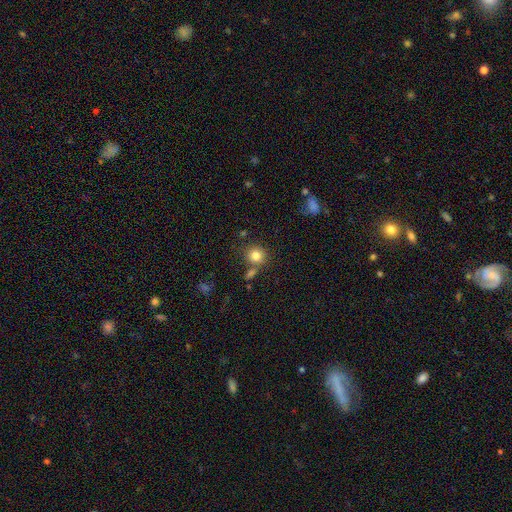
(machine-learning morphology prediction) Smooth or featured?
  - smooth: 82% *
  - star or artifact: 11%
  - featured or disk: 7%
How rounded?
  - round: 87% *
  - in between: 12%
  - cigar-shaped: 1%
Merging?
  - none: 71% *
  - merger: 14%
  - minor disturbance: 10%
  - major disturbance: 4%